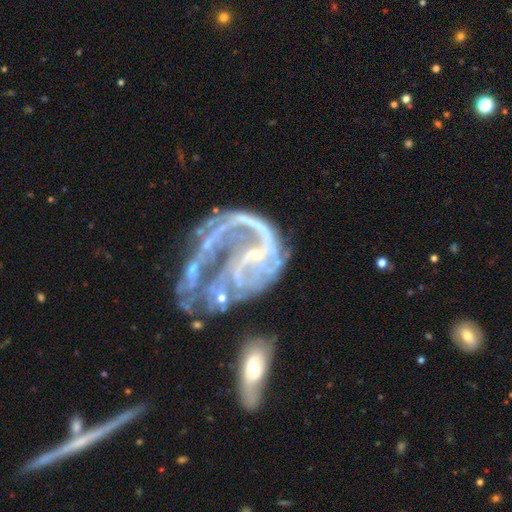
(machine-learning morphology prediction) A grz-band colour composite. It shows a featured or disk galaxy (85%) with no bar (50%), 2 (34%) loose (52%) spiral arms (80%) and a small central bulge (59%). Merging: major disturbance (47%).